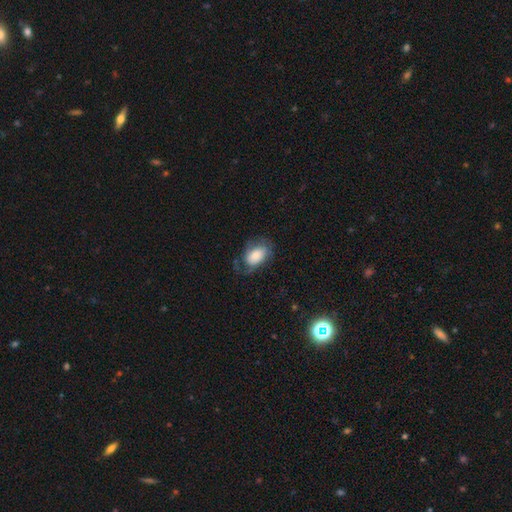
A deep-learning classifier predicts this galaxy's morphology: This appears to be a smooth galaxy with no disk features (58%) that is in between round and cigar-shaped (88%). Merging: none (51%).